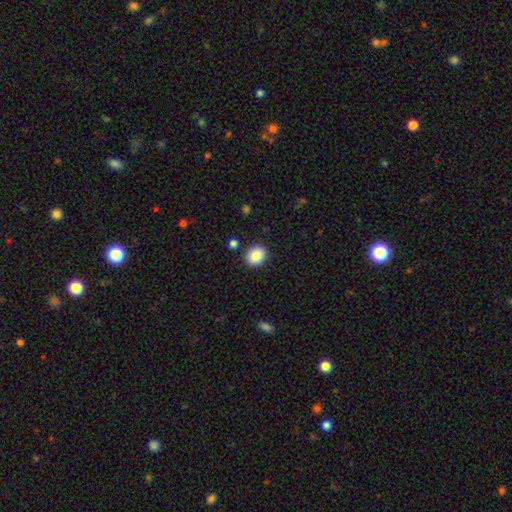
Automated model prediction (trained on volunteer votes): Smooth or featured?
  - smooth: 86% *
  - star or artifact: 9%
  - featured or disk: 5%
How rounded?
  - round: 64% *
  - in between: 35%
  - cigar-shaped: 1%
Merging?
  - none: 88% *
  - minor disturbance: 7%
  - merger: 2%
  - major disturbance: 2%